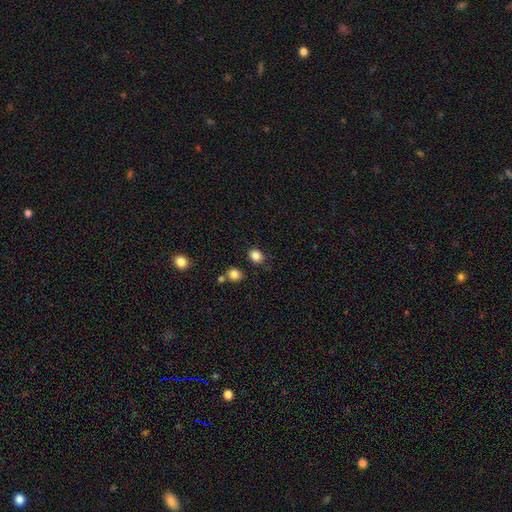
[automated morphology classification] smooth_or_featured: smooth (p=0.85) [alt: star or artifact p=0.11]
how_rounded: in between (p=0.50) [alt: round p=0.49]
merging: none (p=0.81) [alt: minor disturbance p=0.12]